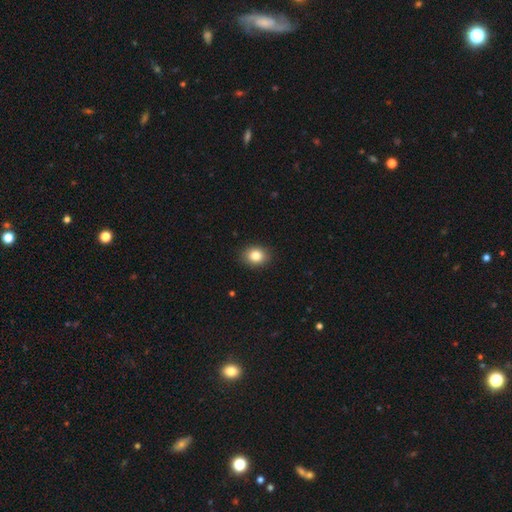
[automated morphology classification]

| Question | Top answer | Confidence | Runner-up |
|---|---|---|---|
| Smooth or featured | smooth | 84% | star or artifact (10%) |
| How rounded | round | 53% | in between (46%) |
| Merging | none | 89% | minor disturbance (8%) |